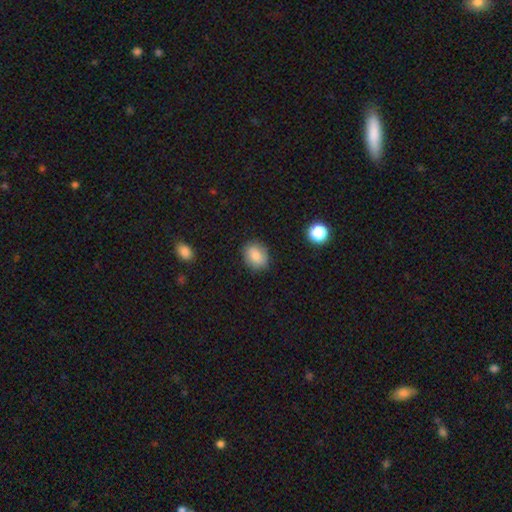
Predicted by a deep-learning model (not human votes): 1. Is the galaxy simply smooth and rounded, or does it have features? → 84% smooth, 8% star or artifact, 8% featured or disk.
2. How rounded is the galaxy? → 54% in between, 45% round, 1% cigar-shaped.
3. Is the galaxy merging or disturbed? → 84% none, 12% minor disturbance, 3% major disturbance, 1% merger.